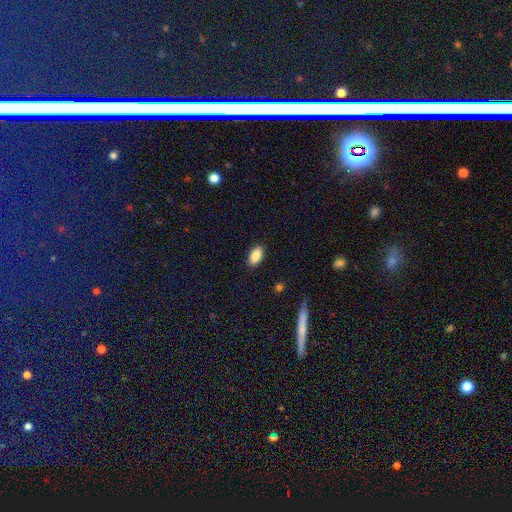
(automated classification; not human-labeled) Q: Smooth or featured?
A: smooth (89%); runner-up: star or artifact (7%)
Q: How rounded?
A: in between (94%); runner-up: round (4%)
Q: Merging?
A: none (88%); runner-up: minor disturbance (9%)